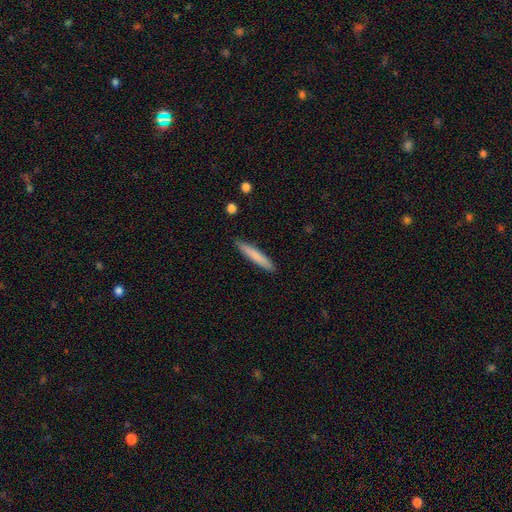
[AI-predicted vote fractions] smooth 79%, featured or disk 15%, star or artifact 6%. Down the decision tree: how rounded — cigar-shaped (94%); merging — none (90%).